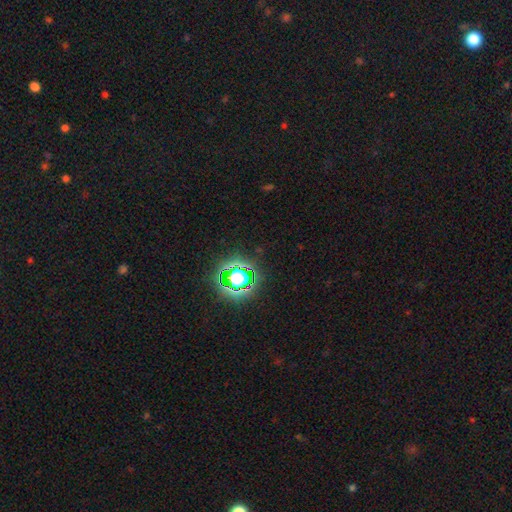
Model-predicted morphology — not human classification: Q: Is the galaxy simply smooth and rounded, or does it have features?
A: star or artifact — 78%.